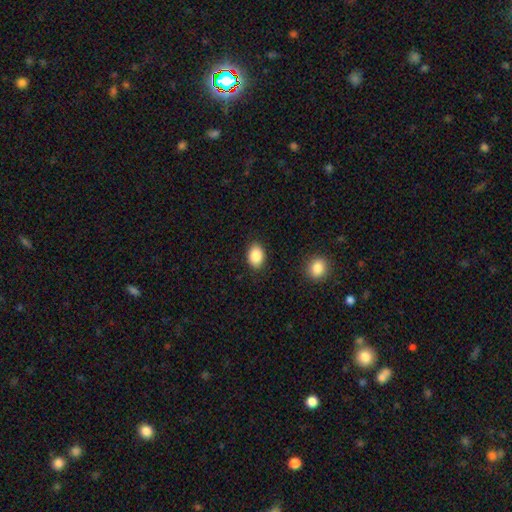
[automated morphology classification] smooth-or-featured: smooth: 87% | star or artifact: 8% | featured or disk: 5%
  how-rounded: in between: 78% | round: 21% | cigar-shaped: 1%
  merging: none: 87% | minor disturbance: 9% | major disturbance: 2% | merger: 2%